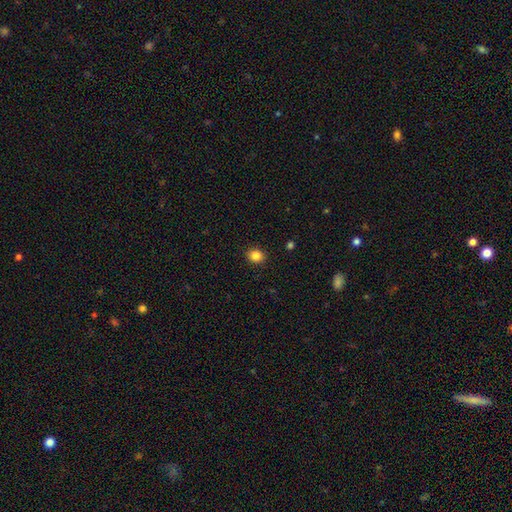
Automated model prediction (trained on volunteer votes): smooth-or-featured: smooth: 85% | star or artifact: 11% | featured or disk: 4%
  how-rounded: round: 77% | in between: 23% | cigar-shaped: 1%
  merging: none: 91% | minor disturbance: 6% | major disturbance: 2% | merger: 1%